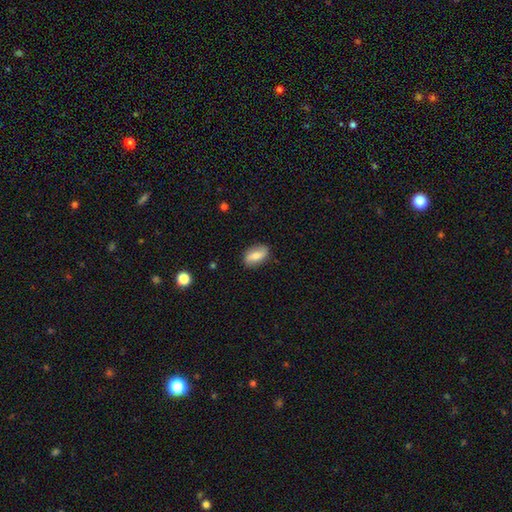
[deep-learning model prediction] This is likely a smooth galaxy (65%). How rounded: clearly in between (87%). Merging: clearly none (84%).